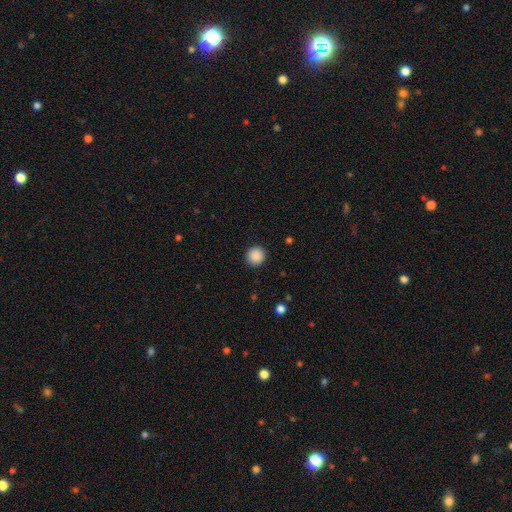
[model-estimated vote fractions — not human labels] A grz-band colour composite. It shows a smooth galaxy with no disk features (89%) that is round (94%). Merging: none (92%).